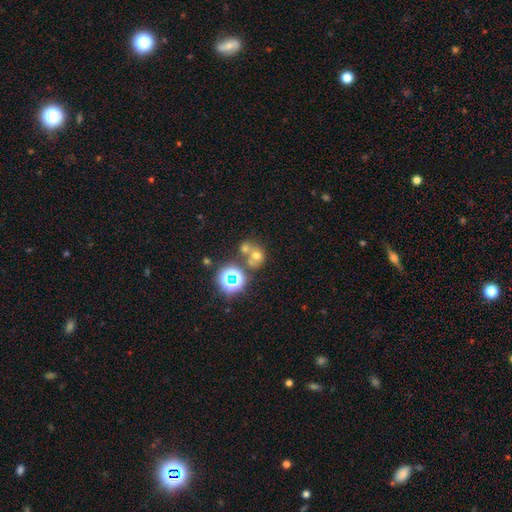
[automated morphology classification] A smooth galaxy with no disk features (56%) that is round (73%).

Vote fractions:
- Smooth or featured? smooth: 56% / star or artifact: 28% / featured or disk: 16%
- How rounded? round: 73% / in between: 26% / cigar-shaped: 1%
- Merging? merger: 46% / none: 40% / minor disturbance: 8% / major disturbance: 5%